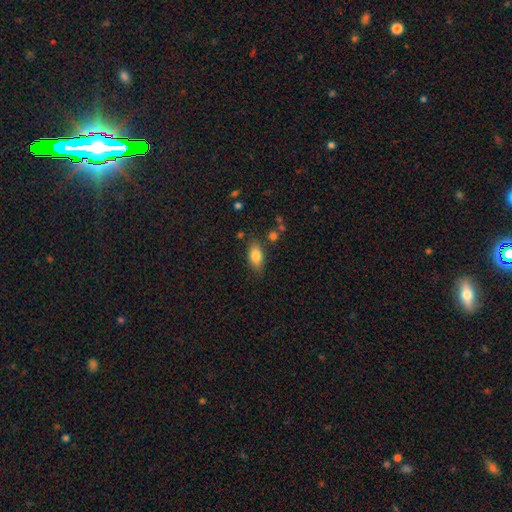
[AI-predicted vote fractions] Smooth or featured: smooth — 82% (featured or disk — 11%)
How rounded: in between — 88% (cigar-shaped — 6%)
Merging: none — 78% (minor disturbance — 15%)